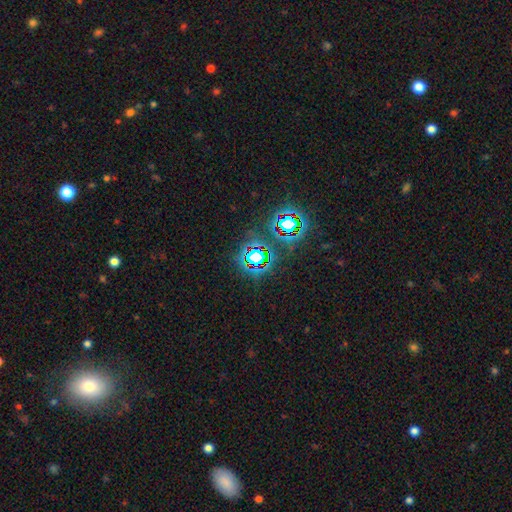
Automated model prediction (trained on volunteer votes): Morphology: type=star or artifact (76%).